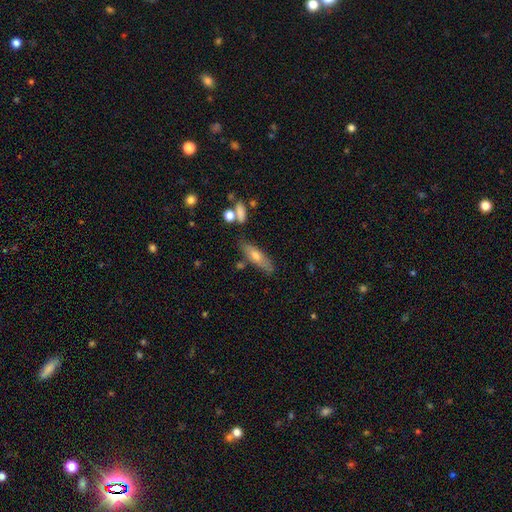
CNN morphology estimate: Smooth or featured: smooth — 57% (featured or disk — 35%)
How rounded: cigar-shaped — 56% (in between — 41%)
Merging: none — 72% (minor disturbance — 17%)